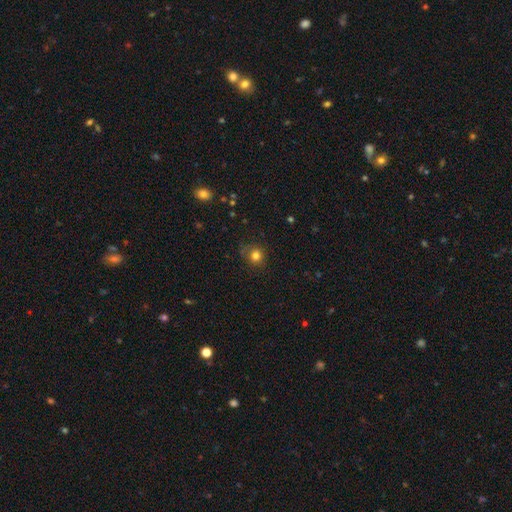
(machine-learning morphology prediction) The model was most divided on "merging": none: 75%, minor disturbance: 17%, major disturbance: 7%, merger: 1%. More confident: how rounded — round (83%); smooth or featured — smooth (80%).